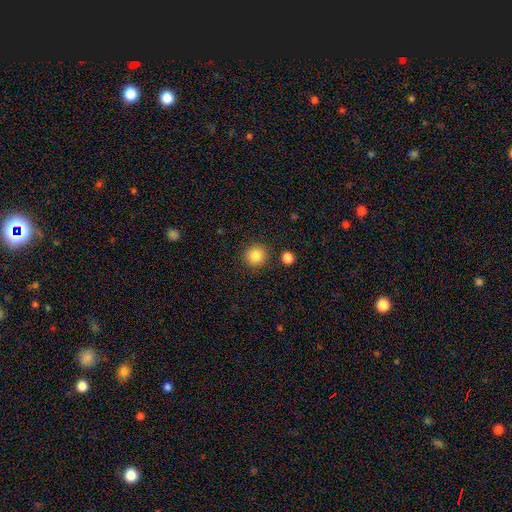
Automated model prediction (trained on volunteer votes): Smooth or featured: smooth — 85% (star or artifact — 10%)
How rounded: round — 93% (in between — 6%)
Merging: none — 88% (minor disturbance — 7%)